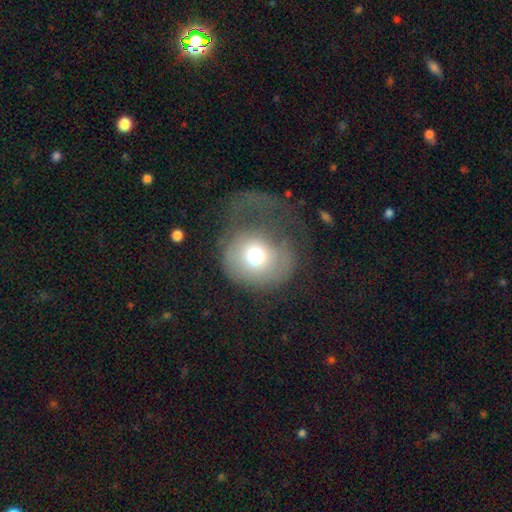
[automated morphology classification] A smooth galaxy with no disk features (63%) that is round (78%).

Vote fractions:
- Smooth or featured? smooth: 63% / featured or disk: 27% / star or artifact: 11%
- How rounded? round: 78% / in between: 21% / cigar-shaped: 1%
- Merging? major disturbance: 55% / none: 26% / minor disturbance: 17% / merger: 2%